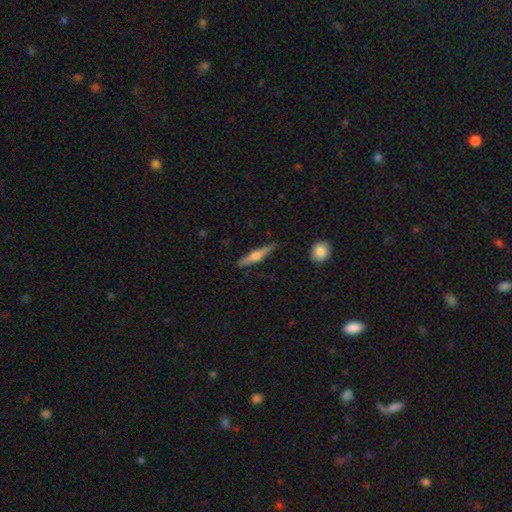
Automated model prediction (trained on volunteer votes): Smooth or featured? Predicted: featured or disk (p=0.54). Edge-on disk? Predicted: yes (p=0.97). Edge-on bulge? Predicted: rounded (p=0.85). Merging? Predicted: none (p=0.87).